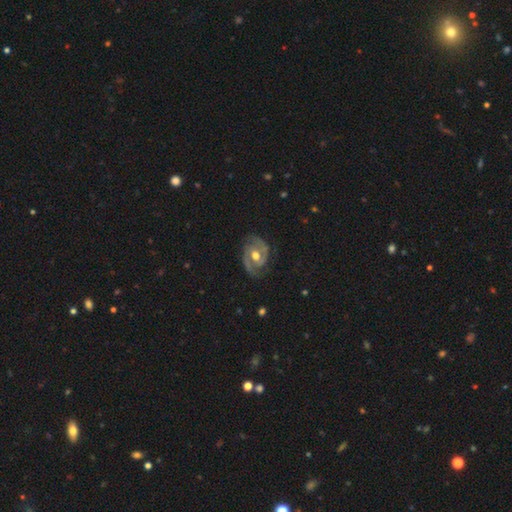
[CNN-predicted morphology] Overall: featured or disk (84%). Edge-on disk: no (97%). Bar: no (51%; weak 37%). Spiral arms: yes (92%). Spiral arm count: 2 (85%). Spiral winding: medium (47%; tight 38%). Bulge size: moderate (77%). Merging: none (73%).